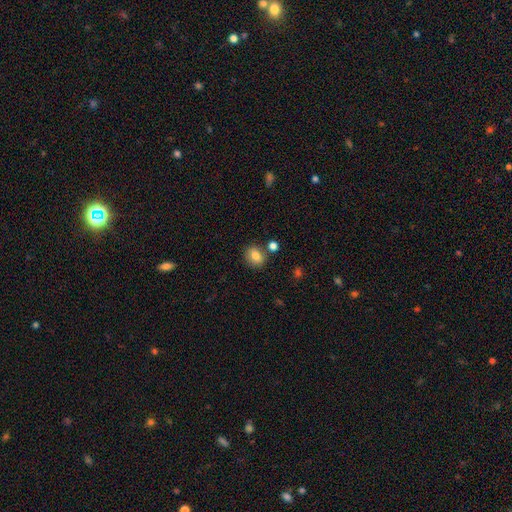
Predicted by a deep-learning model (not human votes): smooth-or-featured: smooth: 82% | star or artifact: 10% | featured or disk: 8%
  how-rounded: round: 56% | in between: 43% | cigar-shaped: 1%
  merging: none: 76% | minor disturbance: 11% | merger: 10% | major disturbance: 3%